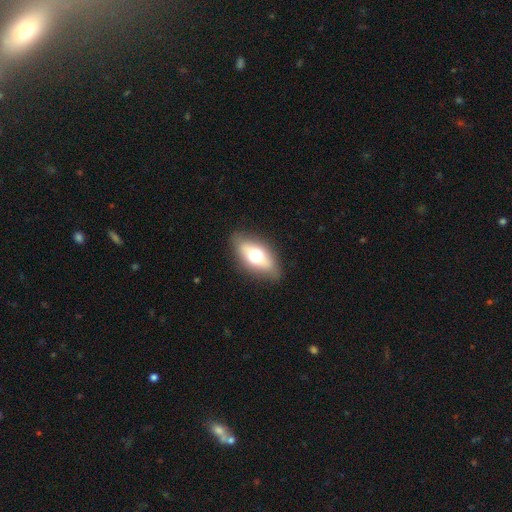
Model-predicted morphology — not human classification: smooth-or-featured: smooth: 55% | featured or disk: 37% | star or artifact: 8%
  how-rounded: in between: 80% | cigar-shaped: 13% | round: 7%
  merging: none: 84% | minor disturbance: 12% | major disturbance: 3% | merger: 1%